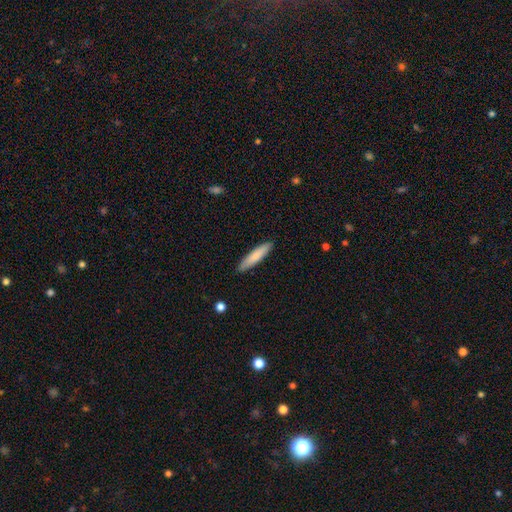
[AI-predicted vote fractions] Smooth or featured: smooth — 82% (featured or disk — 13%)
How rounded: cigar-shaped — 83% (in between — 16%)
Merging: none — 89% (minor disturbance — 9%)